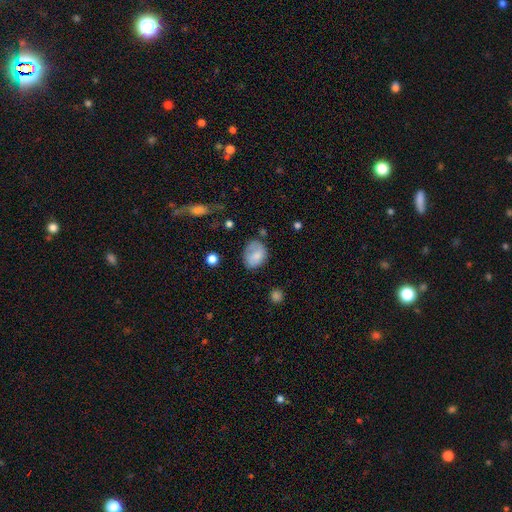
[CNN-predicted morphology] Overall: smooth (74%). How rounded: in between (60%; round 39%). Merging: none (56%; minor disturbance 29%).